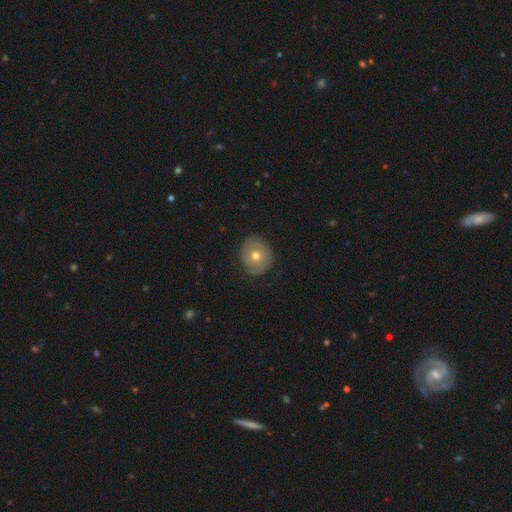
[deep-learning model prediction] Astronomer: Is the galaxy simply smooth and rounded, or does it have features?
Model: smooth — 59%.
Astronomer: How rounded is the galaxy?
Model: round — 69%.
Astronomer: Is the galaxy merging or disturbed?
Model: none — 81%.